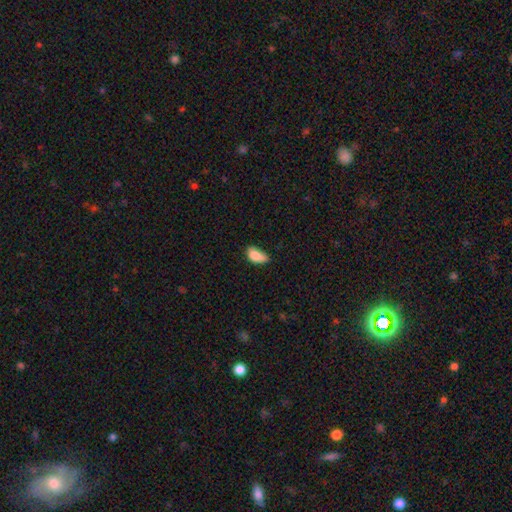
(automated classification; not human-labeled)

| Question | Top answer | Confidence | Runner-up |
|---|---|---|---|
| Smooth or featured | smooth | 84% | star or artifact (8%) |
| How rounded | in between | 91% | round (5%) |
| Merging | minor disturbance | 45% | none (38%) |